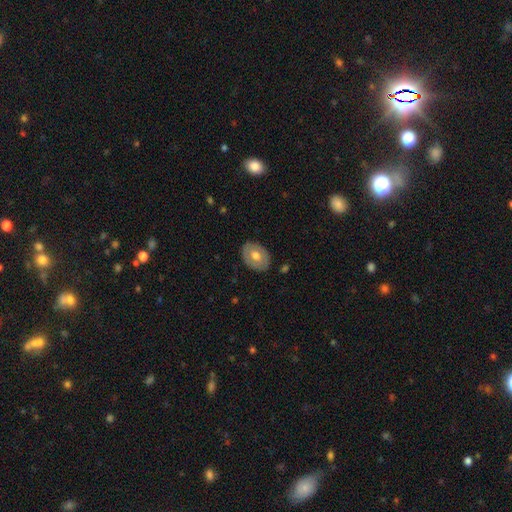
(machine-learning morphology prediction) This appears to be a smooth galaxy with no disk features (53%) that is in between round and cigar-shaped (73%). Merging: none (83%).